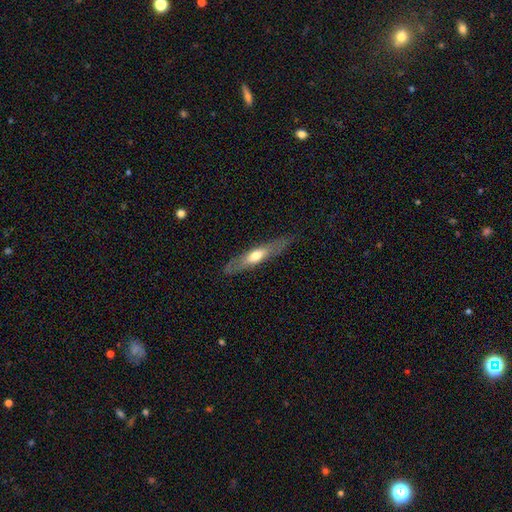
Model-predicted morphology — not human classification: smooth_or_featured: featured or disk (p=0.50) [alt: smooth p=0.45]
disk_edge_on: yes (p=0.70) [alt: no p=0.30]
merging: none (p=0.81) [alt: minor disturbance p=0.14]